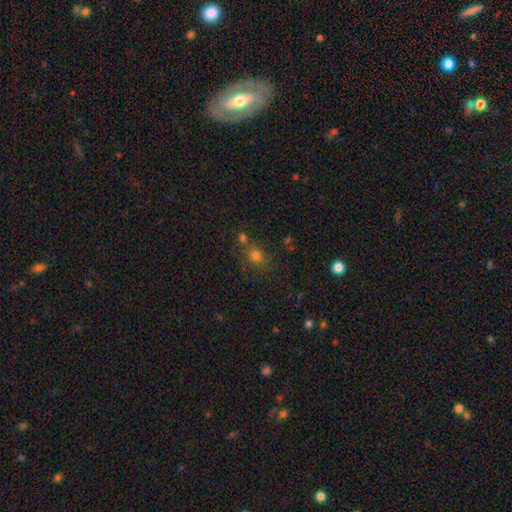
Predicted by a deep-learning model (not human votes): This appears to be a smooth galaxy with no disk features (69%) that is round (76%). Merging: none (64%).